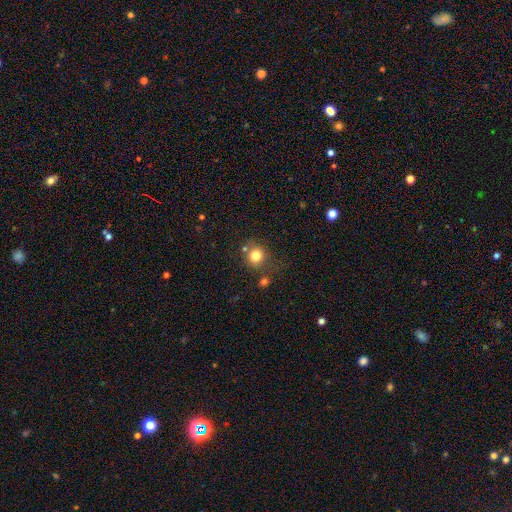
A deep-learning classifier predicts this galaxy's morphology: smooth_or_featured: smooth (p=0.80) [alt: star or artifact p=0.12]
how_rounded: round (p=0.86) [alt: in between p=0.13]
merging: none (p=0.69) [alt: minor disturbance p=0.14]